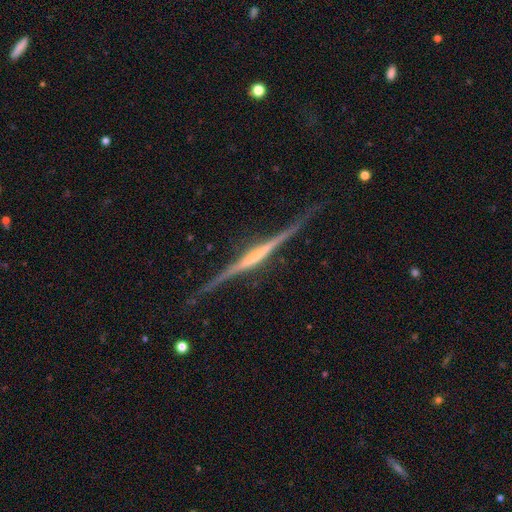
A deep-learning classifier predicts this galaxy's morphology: smooth_or_featured: featured or disk (p=0.84) [alt: smooth p=0.11]
disk_edge_on: yes (p=0.98) [alt: no p=0.02]
edge_on_bulge: none (p=0.45) [alt: rounded p=0.31]
merging: none (p=0.84) [alt: minor disturbance p=0.12]